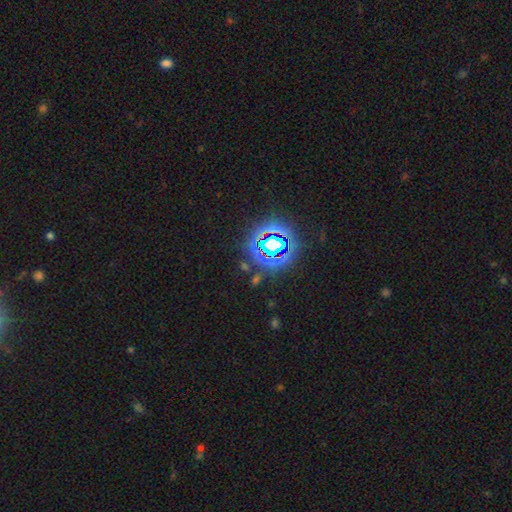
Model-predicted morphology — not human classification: Overall: star or artifact (83%).